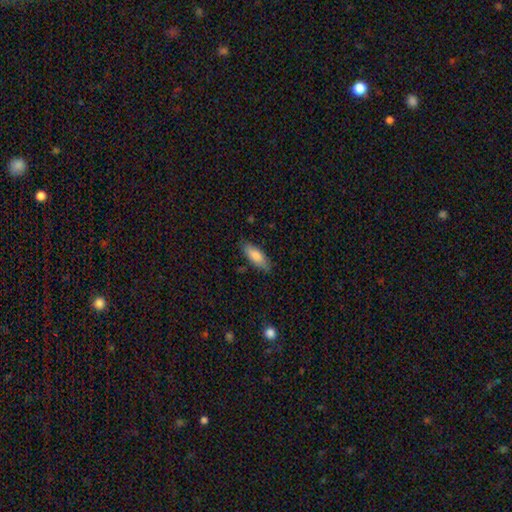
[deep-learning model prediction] Smooth or featured? Predicted: smooth (p=0.82). How rounded? Predicted: in between (p=0.68). Merging? Predicted: none (p=0.82).